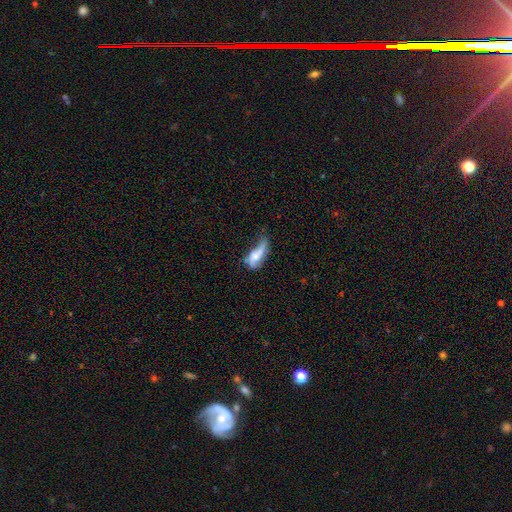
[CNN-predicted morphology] smooth_or_featured: smooth (p=0.47) [alt: featured or disk p=0.45]
merging: major disturbance (p=0.38) [alt: minor disturbance p=0.30]